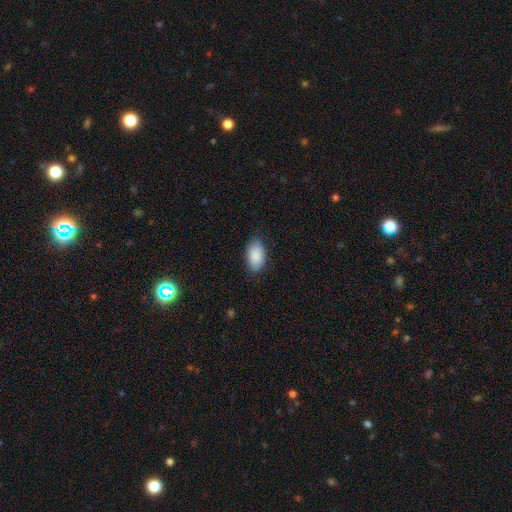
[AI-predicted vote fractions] Smooth or featured: smooth — 90% (star or artifact — 6%)
How rounded: in between — 94% (round — 4%)
Merging: none — 81% (minor disturbance — 15%)